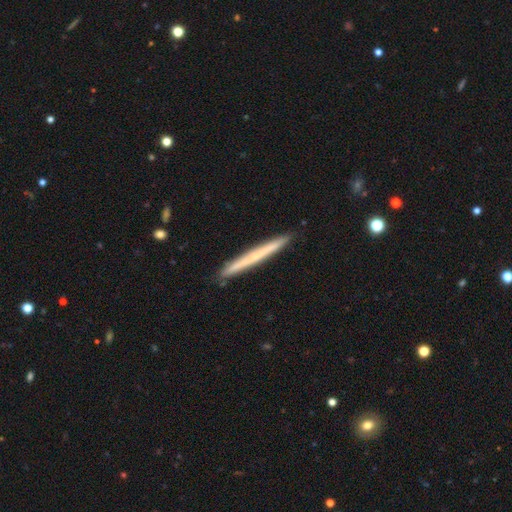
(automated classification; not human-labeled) This appears to be a smooth galaxy with no disk features (53%) that is cigar-shaped (97%). Merging: none (91%).